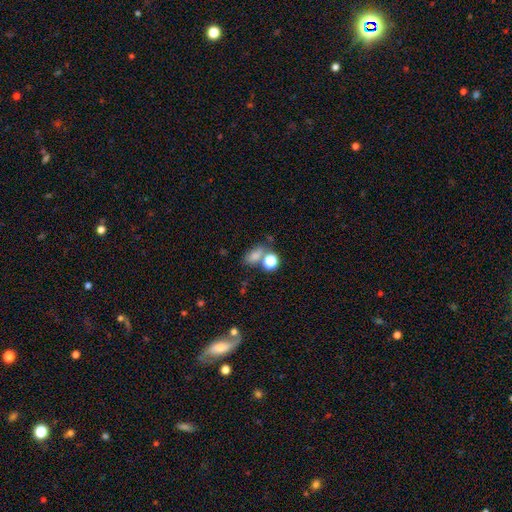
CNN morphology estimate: Smooth or featured? smooth (74%)
How rounded? in between (72%)
Merging? none (50%)